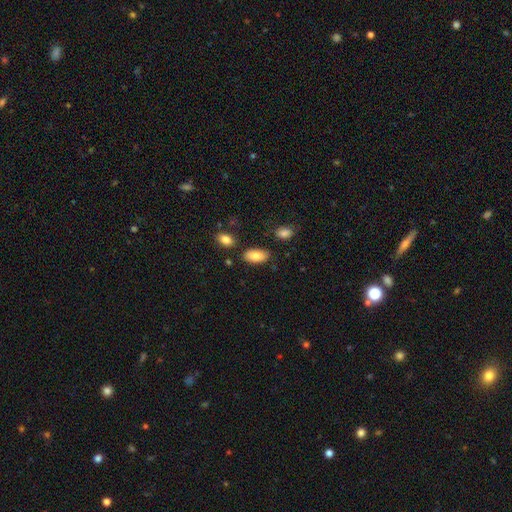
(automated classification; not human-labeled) This appears to be a smooth galaxy with no disk features (84%) that is in between round and cigar-shaped (93%). Merging: none (81%).